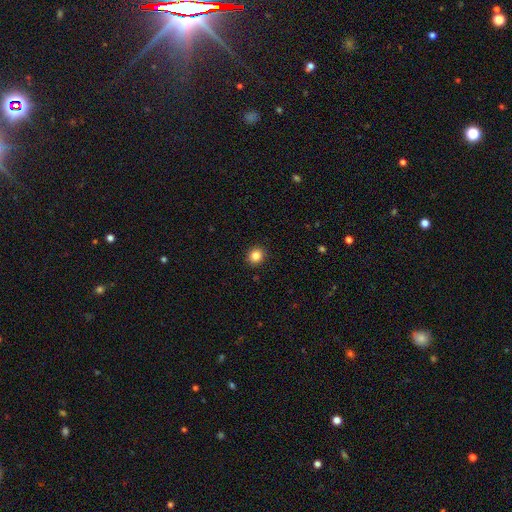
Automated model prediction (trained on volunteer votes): smooth_or_featured: smooth (p=0.85) [alt: star or artifact p=0.10]
how_rounded: round (p=0.79) [alt: in between p=0.21]
merging: none (p=0.92) [alt: minor disturbance p=0.06]